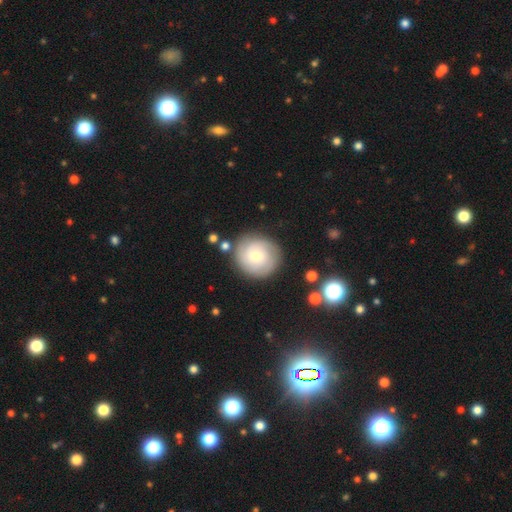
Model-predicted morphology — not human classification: Smooth or featured?
  - smooth: 47% *
  - featured or disk: 46%
  - star or artifact: 7%
Merging?
  - none: 81% *
  - minor disturbance: 12%
  - major disturbance: 4%
  - merger: 3%